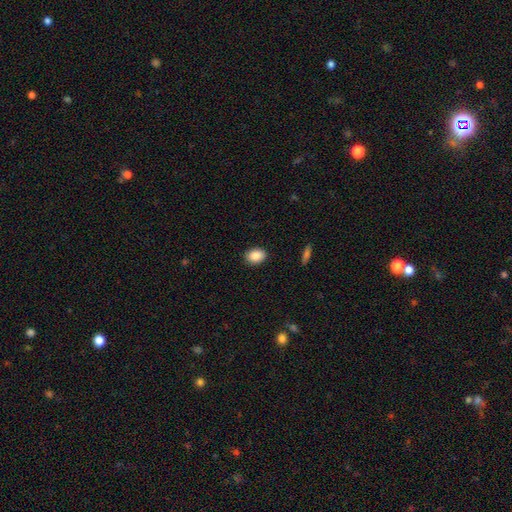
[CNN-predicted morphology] smooth 88%, star or artifact 8%, featured or disk 5%. Down the decision tree: how rounded — in between (74%); merging — none (89%).